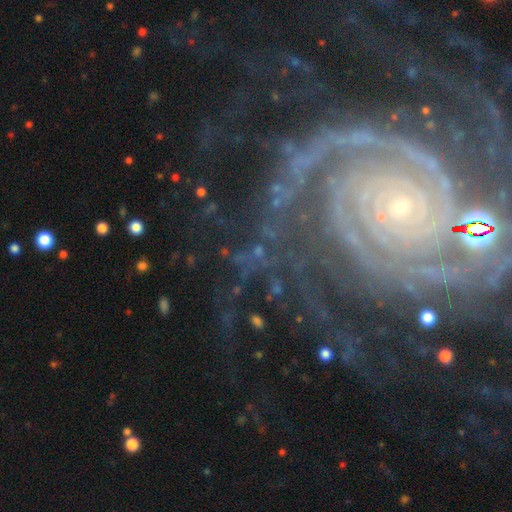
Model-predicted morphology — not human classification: Smooth or featured?
  - featured or disk: 69% *
  - star or artifact: 19%
  - smooth: 12%
Edge-on disk?
  - no: 95% *
  - yes: 5%
Bar?
  - no: 41% *
  - weak: 32%
  - strong: 27%
Spiral arms?
  - yes: 93% *
  - no: 7%
Spiral winding?
  - tight: 63% *
  - medium: 28%
  - loose: 9%
Spiral arm count?
  - can't tell: 22% * (tied)
  - 2: 22% * (tied)
  - 3: 19%
  - 4: 13%
  - more than 4: 12%
  - 1: 11%
Bulge size?
  - small: 64% *
  - moderate: 22%
  - none: 7%
  - large: 4%
  - dominant: 3%
Merging?
  - none: 66% *
  - minor disturbance: 16%
  - major disturbance: 14%
  - merger: 5%